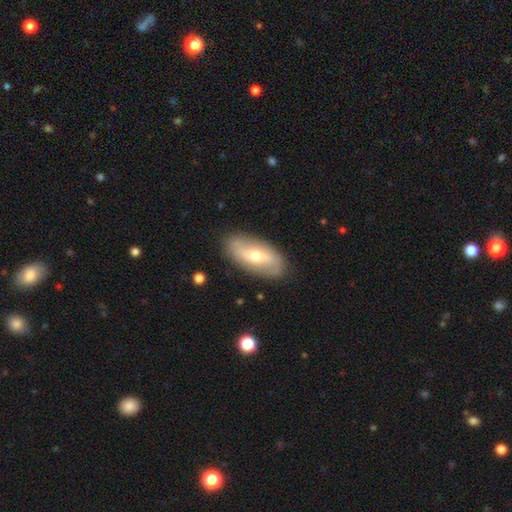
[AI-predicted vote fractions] The model was most divided on "smooth or featured": featured or disk: 56%, smooth: 38%, star or artifact: 6%. More confident: edge-on disk — no (86%); merging — none (86%).